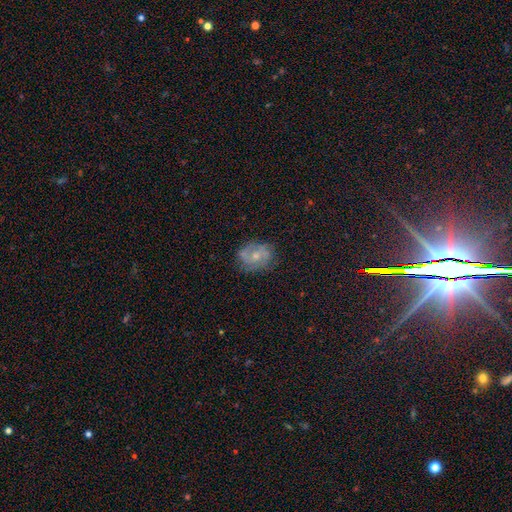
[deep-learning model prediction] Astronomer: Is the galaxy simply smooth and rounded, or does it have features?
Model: featured or disk — 60%.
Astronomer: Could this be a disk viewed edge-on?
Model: no — 97%.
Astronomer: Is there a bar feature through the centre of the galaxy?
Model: no — 65%.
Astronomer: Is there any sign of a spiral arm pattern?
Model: yes — 81%.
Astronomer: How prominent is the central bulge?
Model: moderate — 50% (runner-up: small, 43%).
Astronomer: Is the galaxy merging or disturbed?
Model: none — 72%.